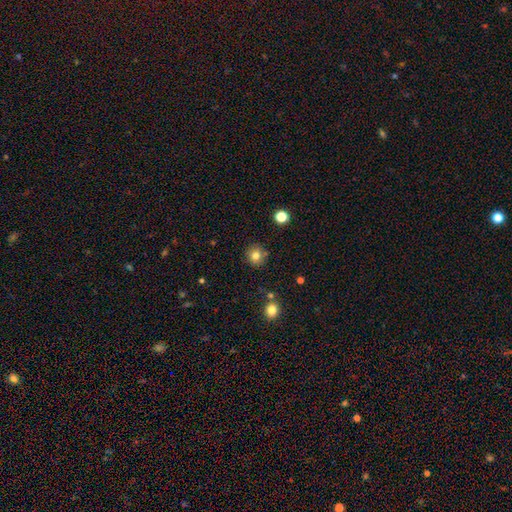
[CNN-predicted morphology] type=smooth (79%); roundness=round (91%); merging=none (84%).